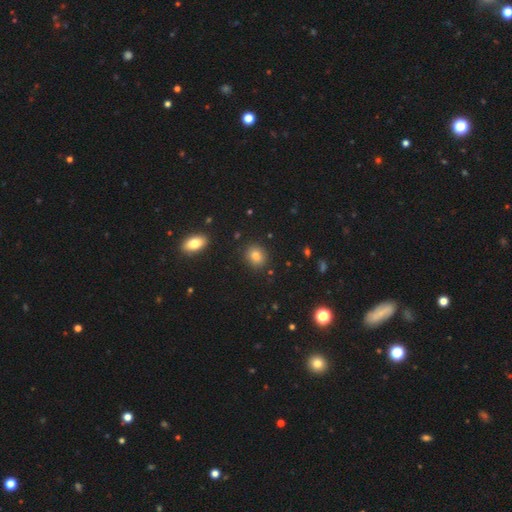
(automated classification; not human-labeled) The model was most divided on "how rounded": round: 65%, in between: 33%, cigar-shaped: 1%. More confident: merging — none (88%); smooth or featured — smooth (81%).